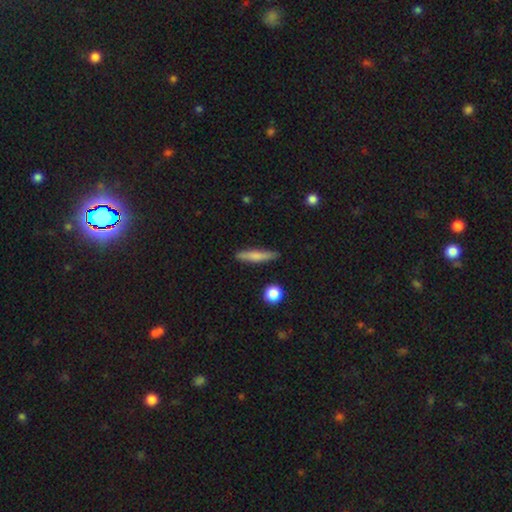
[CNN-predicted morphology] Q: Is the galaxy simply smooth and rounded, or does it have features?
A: smooth — 69%.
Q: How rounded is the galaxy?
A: cigar-shaped — 88%.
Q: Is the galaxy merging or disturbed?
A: none — 86%.